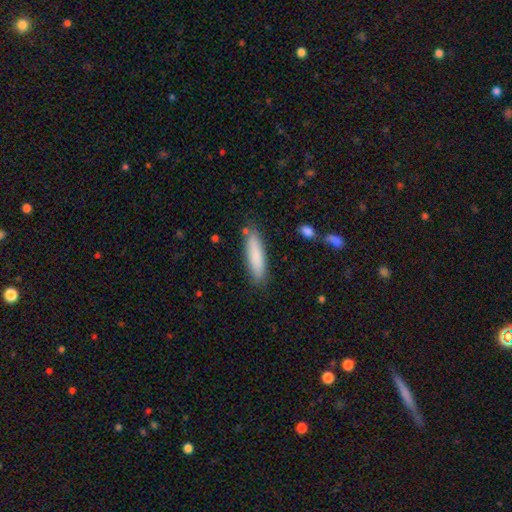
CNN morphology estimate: This is clearly a smooth galaxy (83%). How rounded: likely cigar-shaped (79%). Merging: clearly none (83%).